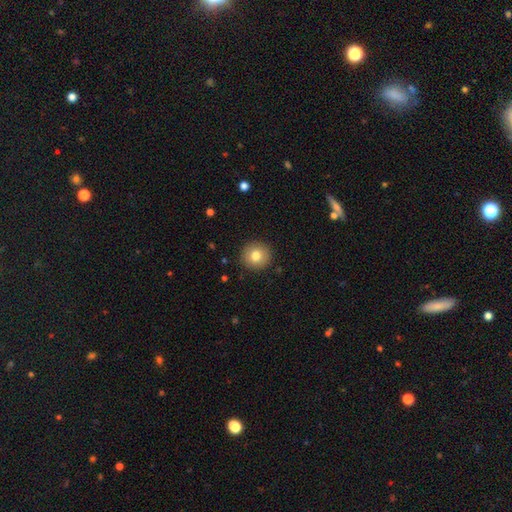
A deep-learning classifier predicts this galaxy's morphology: Smooth or featured?
  - smooth: 78% *
  - featured or disk: 12%
  - star or artifact: 10%
How rounded?
  - round: 94% *
  - in between: 5%
  - cigar-shaped: 1%
Merging?
  - none: 91% *
  - minor disturbance: 6%
  - major disturbance: 2%
  - merger: 1%